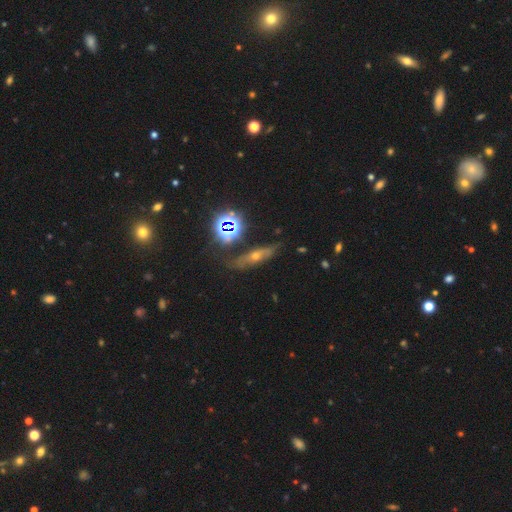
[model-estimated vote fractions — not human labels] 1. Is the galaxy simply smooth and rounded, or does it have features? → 42% featured or disk, 29% star or artifact, 28% smooth.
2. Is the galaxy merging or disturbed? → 74% none, 17% minor disturbance, 6% major disturbance, 4% merger.